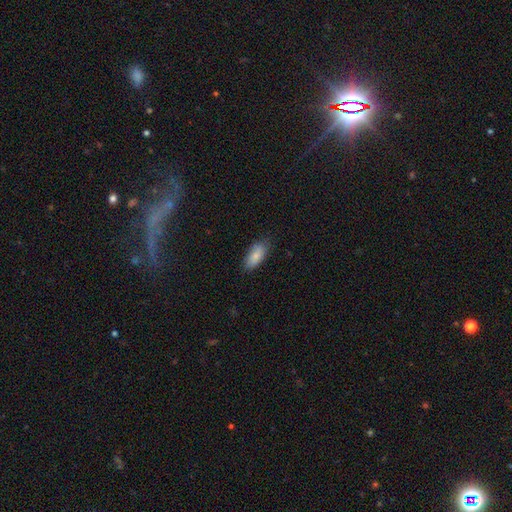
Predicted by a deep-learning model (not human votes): This is clearly a smooth galaxy (82%). How rounded: clearly in between (88%). Merging: likely none (75%).